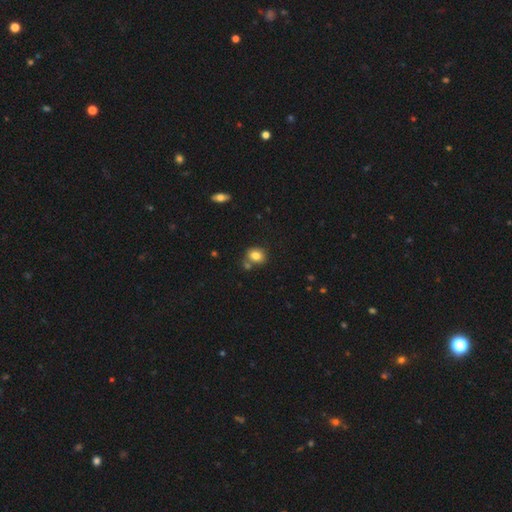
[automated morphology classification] A smooth galaxy with no disk features (81%) that is round (56%). Merging: none (65%).